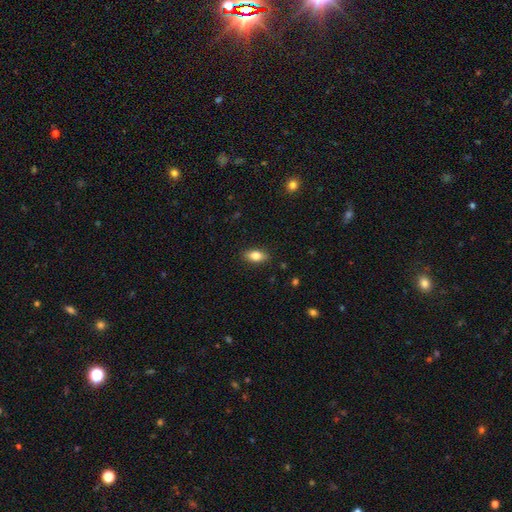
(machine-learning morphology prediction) Smooth or featured? smooth (78%)
How rounded? in between (85%)
Merging? none (88%)